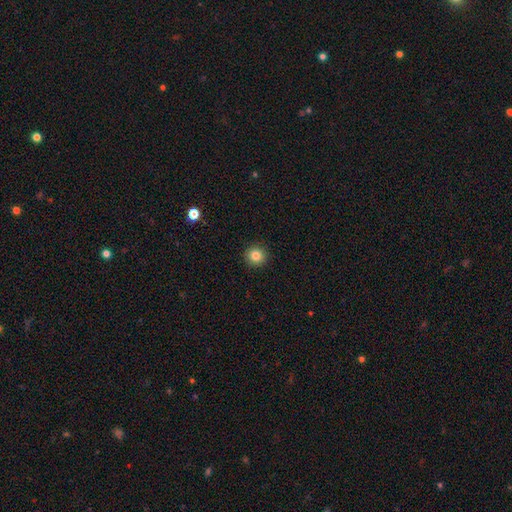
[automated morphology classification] Overall: smooth (83%). How rounded: round (94%). Merging: none (93%).